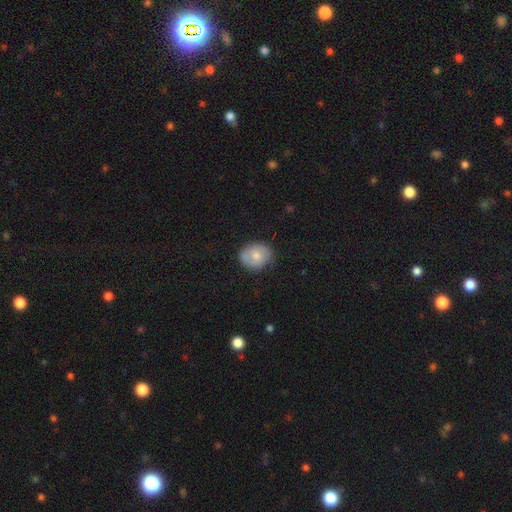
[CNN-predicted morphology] The model was most divided on "how rounded": round: 58%, in between: 41%, cigar-shaped: 1%. More confident: merging — none (75%); smooth or featured — smooth (66%).